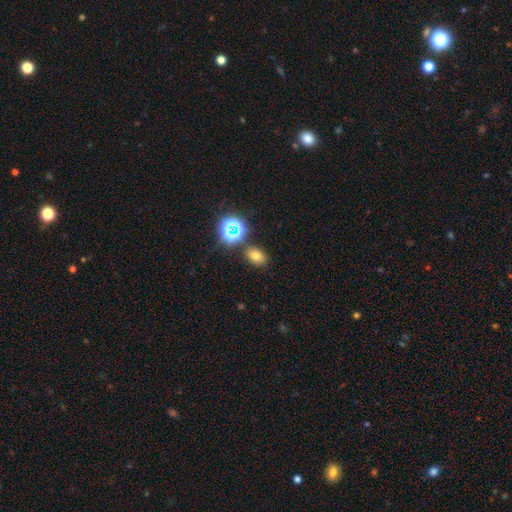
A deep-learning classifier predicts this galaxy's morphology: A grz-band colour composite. It shows a smooth galaxy with no disk features (69%) that is in between round and cigar-shaped (70%). Merging: none (81%).